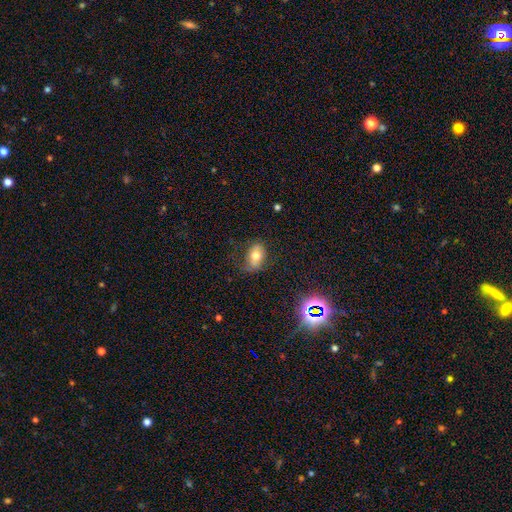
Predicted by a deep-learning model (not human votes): Morphology: type=smooth (65%); roundness=in between (84%); merging=none (63%).